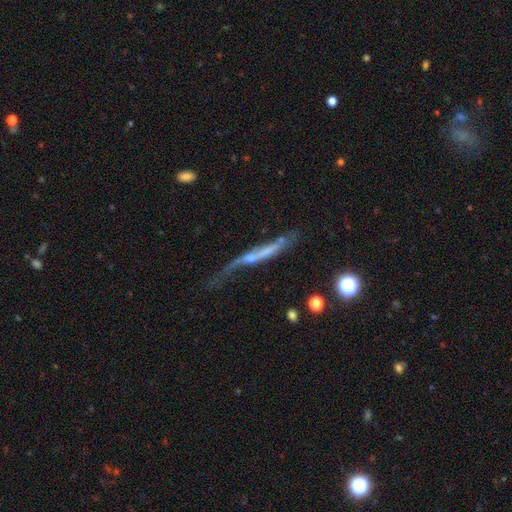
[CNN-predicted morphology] Smooth or featured? featured or disk (66%)
Edge-on disk? yes (67%)
Merging? none (37%)